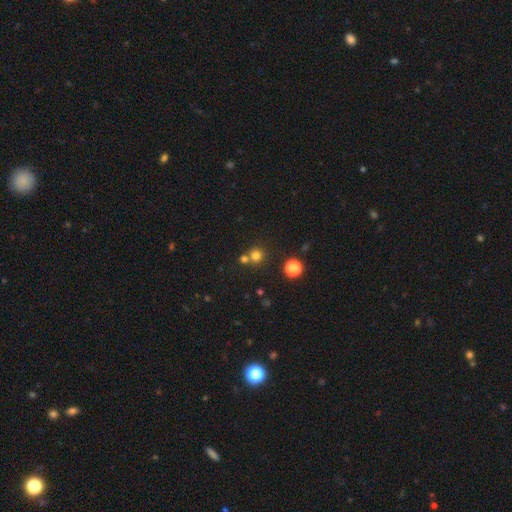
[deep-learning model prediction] Overall: smooth (75%). How rounded: round (91%). Merging: none (66%).